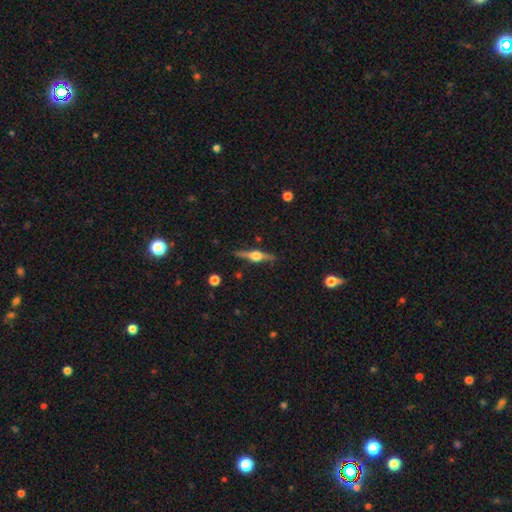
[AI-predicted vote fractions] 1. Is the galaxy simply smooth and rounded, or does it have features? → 80% featured or disk, 14% smooth, 6% star or artifact.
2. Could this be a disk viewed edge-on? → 98% yes, 2% no.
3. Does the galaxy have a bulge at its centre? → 94% rounded, 4% boxy, 1% none.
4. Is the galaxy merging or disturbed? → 88% none, 9% minor disturbance, 2% major disturbance, 1% merger.